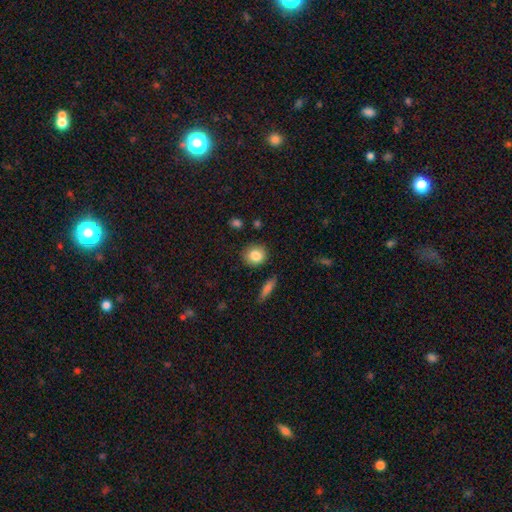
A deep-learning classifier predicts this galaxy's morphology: Smooth or featured?
  - smooth: 84% *
  - featured or disk: 8%
  - star or artifact: 8%
How rounded?
  - round: 82% *
  - in between: 17%
  - cigar-shaped: 2%
Merging?
  - none: 87% *
  - minor disturbance: 9%
  - major disturbance: 2%
  - merger: 2%